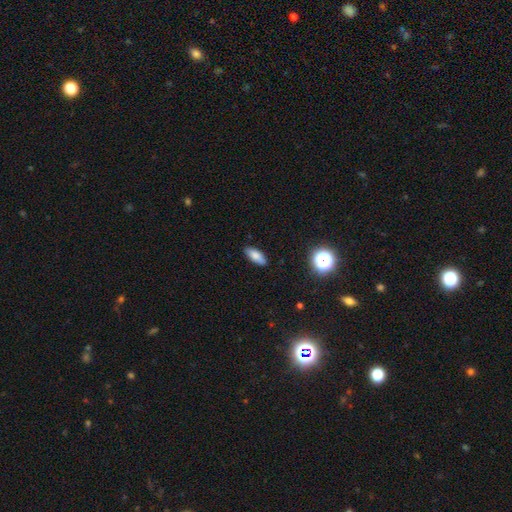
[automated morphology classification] smooth-or-featured: smooth: 80% | featured or disk: 10% | star or artifact: 10%
  how-rounded: in between: 80% | cigar-shaped: 17% | round: 3%
  merging: none: 86% | minor disturbance: 11% | major disturbance: 2% | merger: 1%